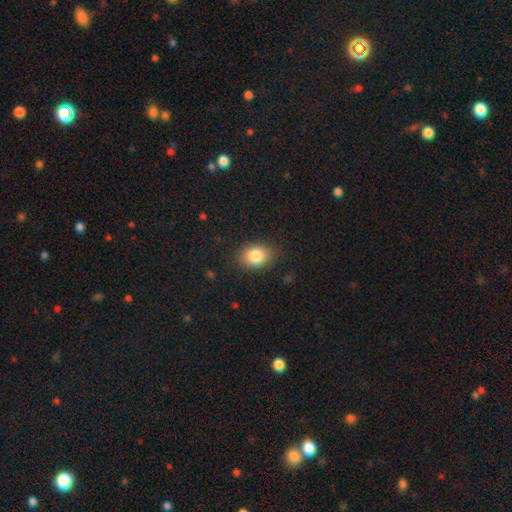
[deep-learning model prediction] This appears to be a smooth galaxy with no disk features (84%) that is in between round and cigar-shaped (61%). Merging: none (83%).